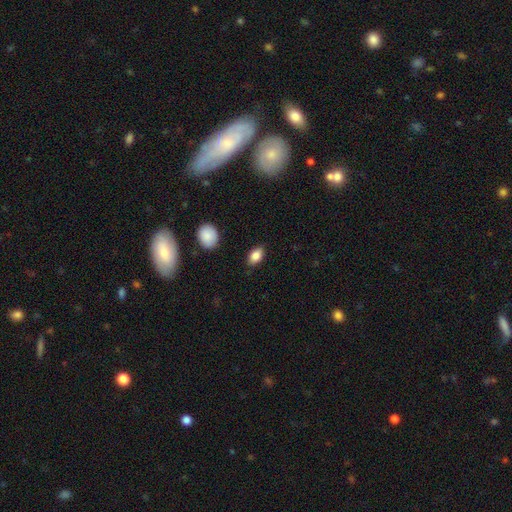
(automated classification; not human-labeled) Q: Smooth or featured?
A: smooth (86%); runner-up: star or artifact (8%)
Q: How rounded?
A: in between (89%); runner-up: round (9%)
Q: Merging?
A: none (86%); runner-up: minor disturbance (11%)